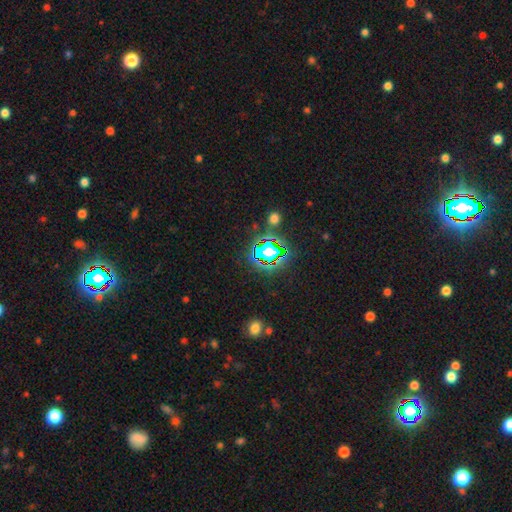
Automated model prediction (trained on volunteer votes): smooth-or-featured: star or artifact: 79% | smooth: 14% | featured or disk: 7%